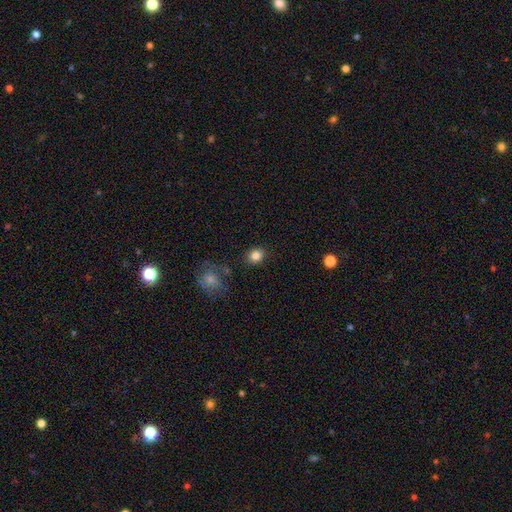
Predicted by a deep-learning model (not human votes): This is clearly a smooth galaxy (83%). How rounded: likely round (64%). Merging: clearly none (85%).